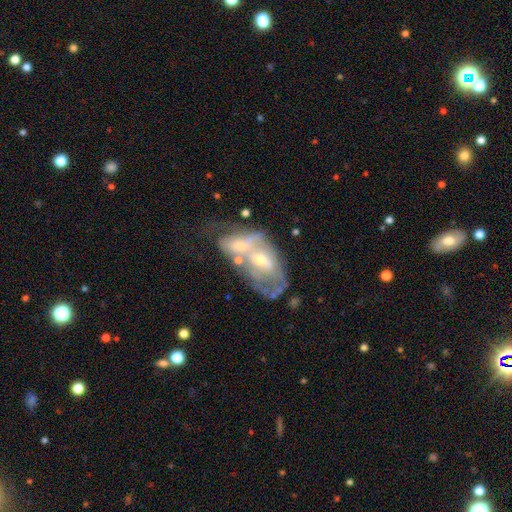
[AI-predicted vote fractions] smooth_or_featured: featured or disk (p=0.70) [alt: smooth p=0.21]
disk_edge_on: no (p=0.93) [alt: yes p=0.07]
bar: no (p=0.69) [alt: weak p=0.23]
has_spiral_arms: yes (p=0.52) [alt: no p=0.48]
bulge_size: small (p=0.46) [tied with: moderate p=0.46]
merging: merger (p=0.68) [alt: none p=0.13]